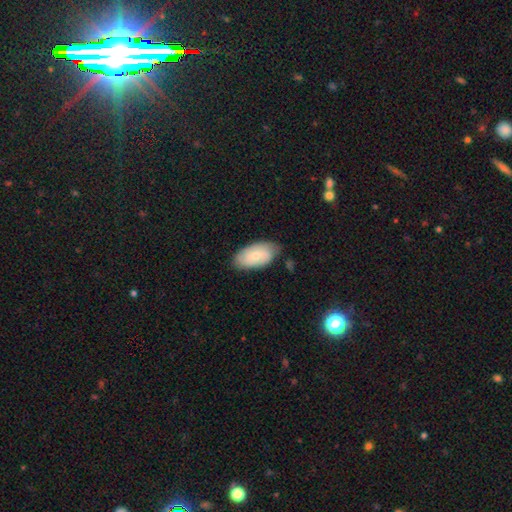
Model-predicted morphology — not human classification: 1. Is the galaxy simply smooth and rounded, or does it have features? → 59% smooth, 35% featured or disk, 6% star or artifact.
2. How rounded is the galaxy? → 94% in between, 4% round, 2% cigar-shaped.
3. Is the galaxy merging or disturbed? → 72% none, 22% minor disturbance, 4% major disturbance, 2% merger.